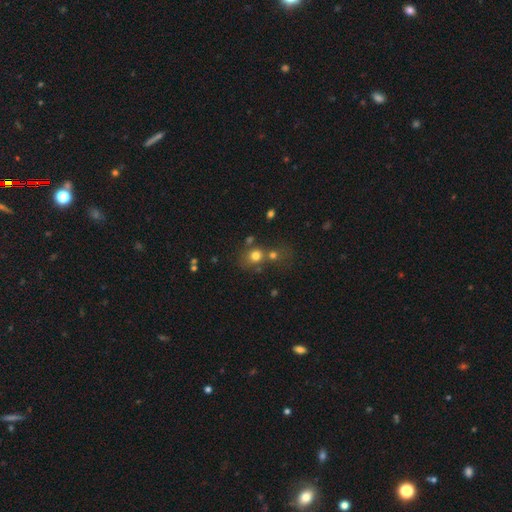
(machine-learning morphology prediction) The model was most divided on "merging": none: 45%, merger: 36%, minor disturbance: 11%, major disturbance: 8%. More confident: how rounded — round (77%); smooth or featured — smooth (72%).